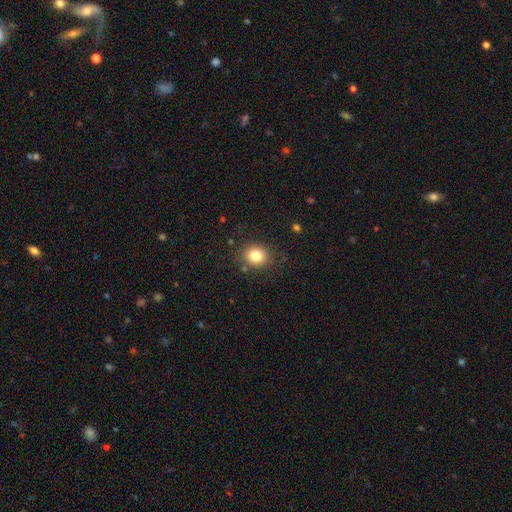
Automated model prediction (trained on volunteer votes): Q: Smooth or featured?
A: smooth (82%); runner-up: star or artifact (12%)
Q: How rounded?
A: round (74%); runner-up: in between (25%)
Q: Merging?
A: none (85%); runner-up: minor disturbance (10%)